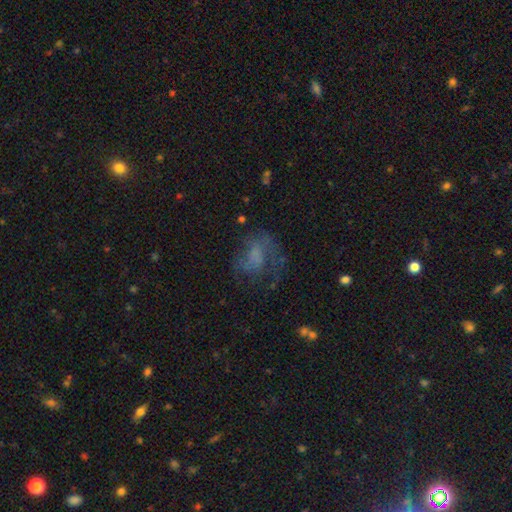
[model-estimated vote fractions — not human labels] Q: Smooth or featured?
A: featured or disk (45%); runner-up: smooth (38%)
Q: Merging?
A: none (41%); runner-up: major disturbance (36%)